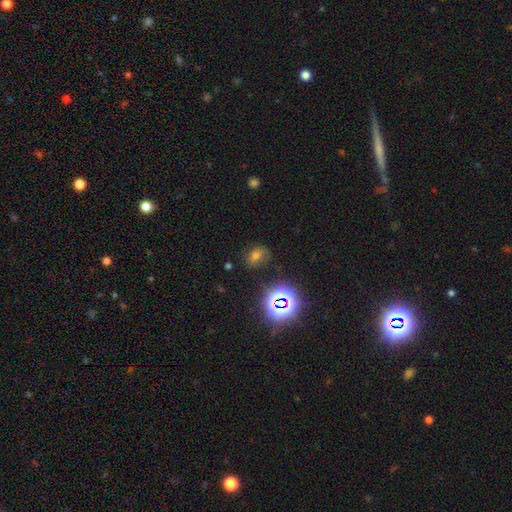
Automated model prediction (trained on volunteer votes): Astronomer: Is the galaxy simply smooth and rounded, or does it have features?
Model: smooth — 52% (runner-up: star or artifact, 34%).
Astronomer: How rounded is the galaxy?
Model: in between — 66%.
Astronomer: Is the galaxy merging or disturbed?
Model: none — 72%.